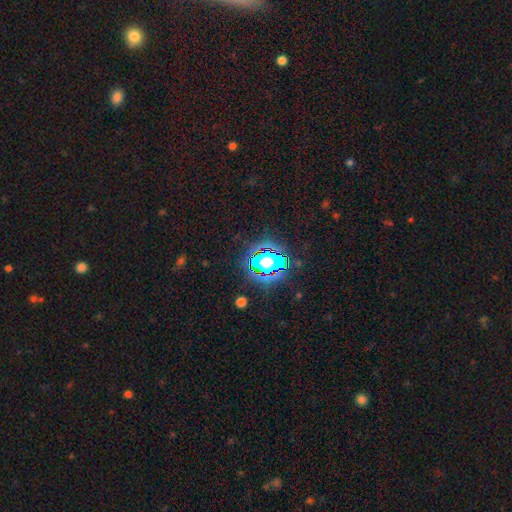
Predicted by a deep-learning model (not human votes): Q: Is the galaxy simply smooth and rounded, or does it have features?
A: star or artifact — 70%.